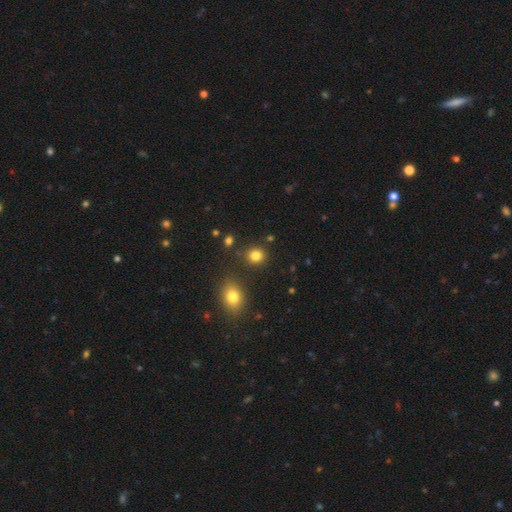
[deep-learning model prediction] This is clearly a smooth galaxy (83%). How rounded: likely round (78%). Merging: clearly none (85%).